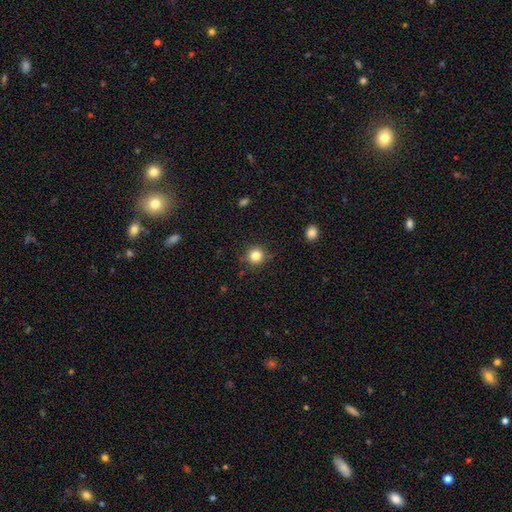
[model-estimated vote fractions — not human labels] Smooth or featured? smooth (83%)
How rounded? round (93%)
Merging? none (87%)